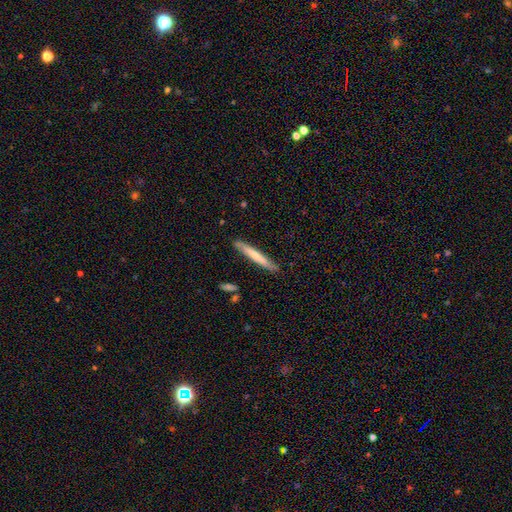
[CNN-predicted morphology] Overall: smooth (62%; featured or disk 33%). How rounded: cigar-shaped (96%). Merging: none (87%).